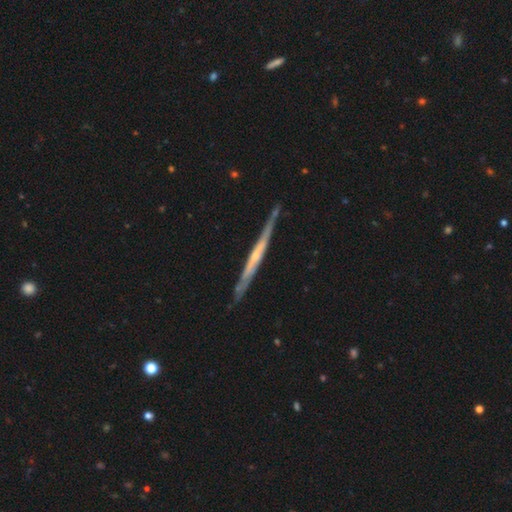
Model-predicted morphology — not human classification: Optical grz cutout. It shows a featured or disk galaxy (74%) viewed edge-on (97%) with no central bulge (57%). Merging: none (85%).